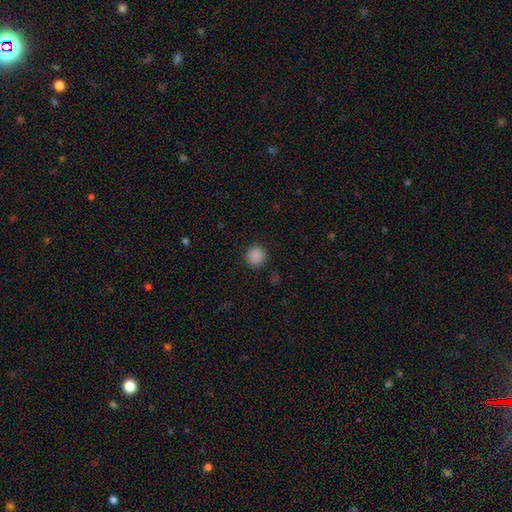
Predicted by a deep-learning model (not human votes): A smooth galaxy with no disk features (88%) that is round (94%).

Vote fractions:
- Smooth or featured? smooth: 88% / star or artifact: 10% / featured or disk: 2%
- How rounded? round: 94% / in between: 5% / cigar-shaped: 1%
- Merging? none: 91% / minor disturbance: 6% / major disturbance: 2% / merger: 1%